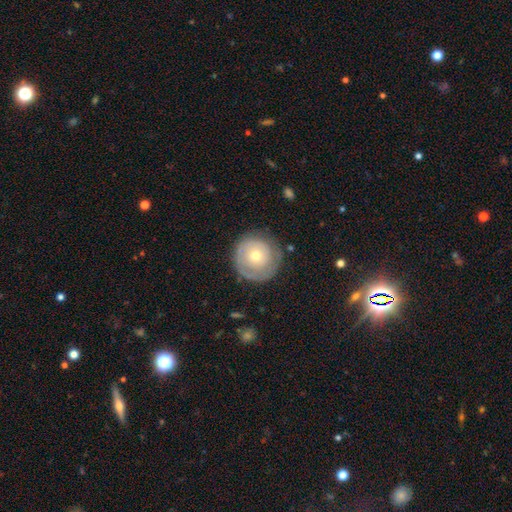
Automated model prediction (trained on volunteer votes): This is possibly a featured or disk galaxy (47%). Merging: likely none (77%).